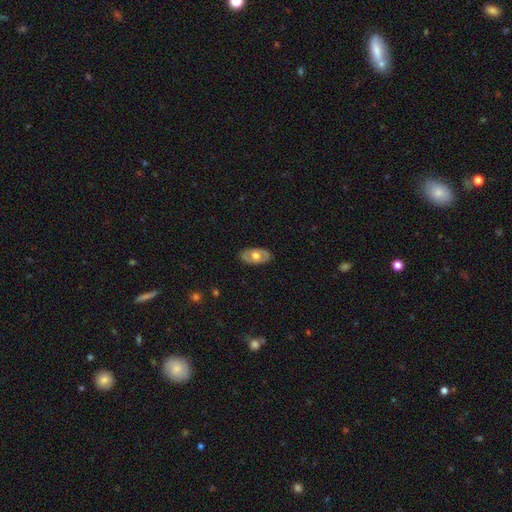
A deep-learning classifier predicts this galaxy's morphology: This appears to be a smooth galaxy with no disk features (48%). Merging: none (85%).